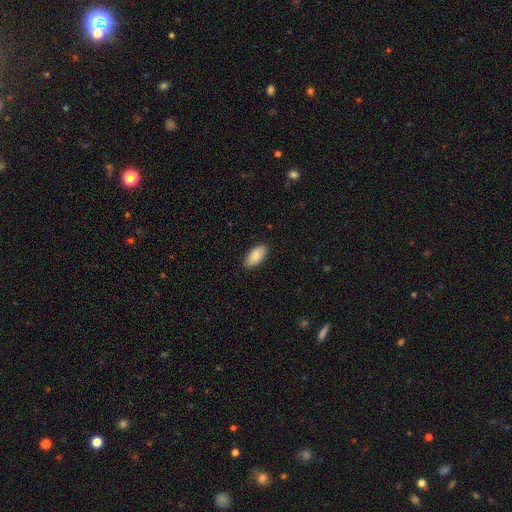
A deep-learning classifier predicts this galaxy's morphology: A smooth galaxy with no disk features (85%) that is in between round and cigar-shaped (94%). Merging: none (88%).